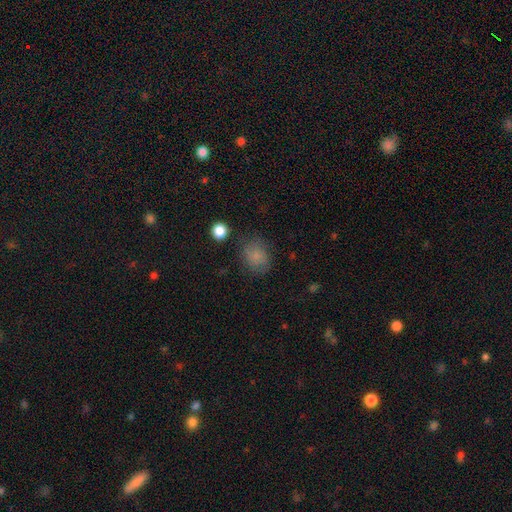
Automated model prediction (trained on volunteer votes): smooth 79%, star or artifact 11%, featured or disk 10%. Down the decision tree: how rounded — round (60%); merging — none (76%).